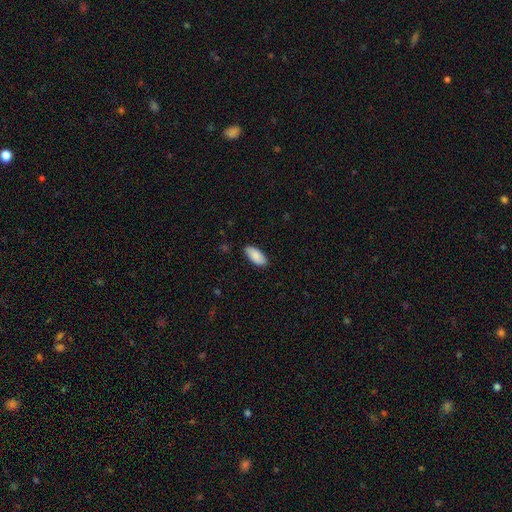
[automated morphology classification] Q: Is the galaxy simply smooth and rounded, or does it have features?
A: smooth — 89%.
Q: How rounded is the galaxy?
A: in between — 91%.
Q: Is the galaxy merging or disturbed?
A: none — 85%.